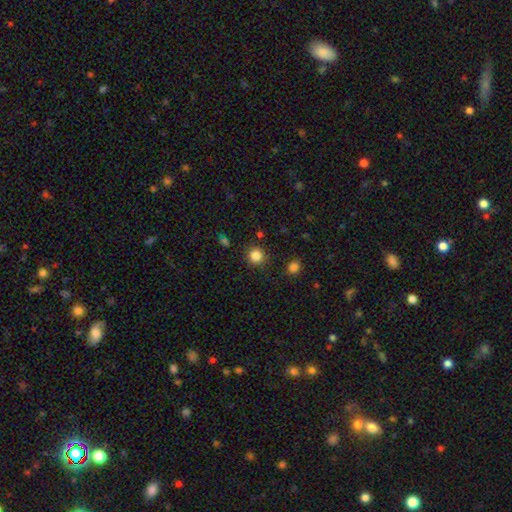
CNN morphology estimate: type=smooth (83%); roundness=round (92%); merging=none (88%).